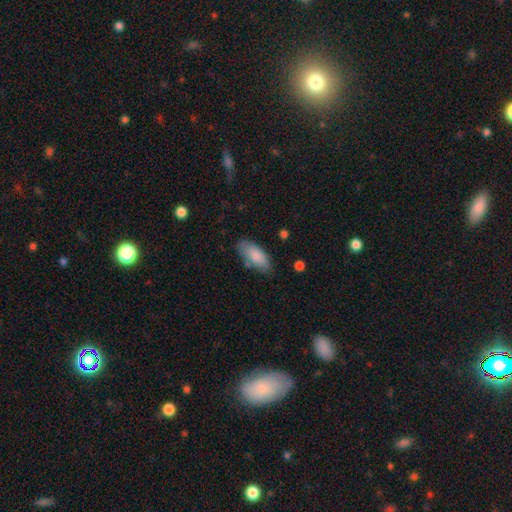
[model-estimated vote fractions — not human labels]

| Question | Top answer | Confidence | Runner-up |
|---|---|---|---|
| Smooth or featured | smooth | 85% | featured or disk (9%) |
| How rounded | in between | 86% | cigar-shaped (12%) |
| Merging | none | 74% | minor disturbance (19%) |